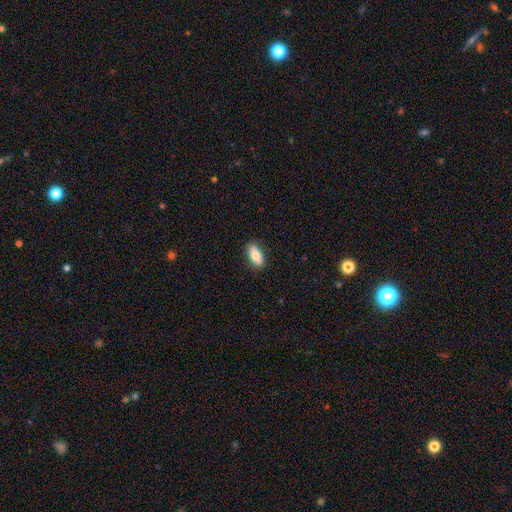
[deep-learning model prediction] Overall: smooth (77%). How rounded: in between (88%). Merging: none (86%).